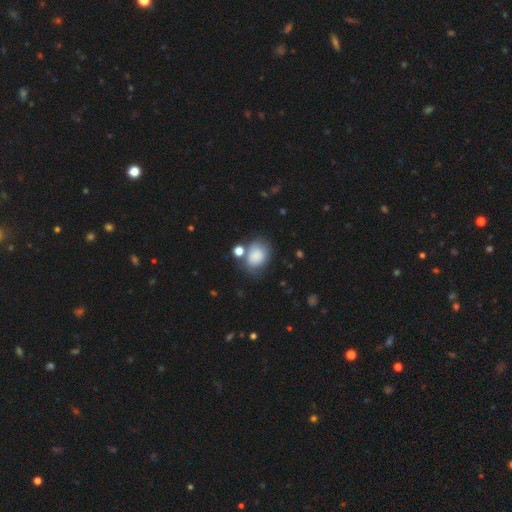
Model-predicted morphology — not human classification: A smooth galaxy with no disk features (80%) that is in between round and cigar-shaped (52%). Merging: none (54%).